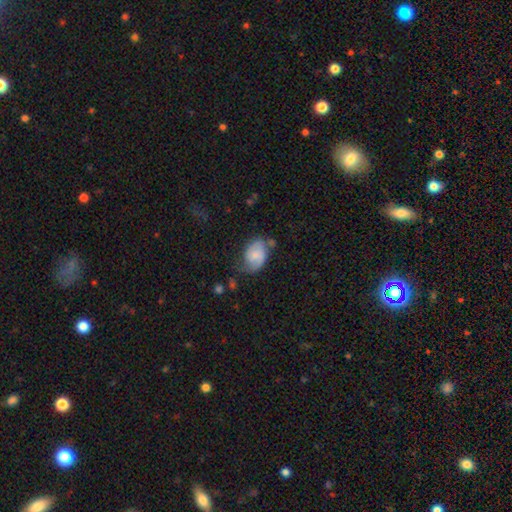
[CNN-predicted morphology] A smooth galaxy with no disk features (57%) that is in between round and cigar-shaped (80%).

Vote fractions:
- Smooth or featured? smooth: 57% / featured or disk: 36% / star or artifact: 8%
- How rounded? in between: 80% / round: 19% / cigar-shaped: 1%
- Merging? none: 48% / minor disturbance: 33% / major disturbance: 14% / merger: 5%